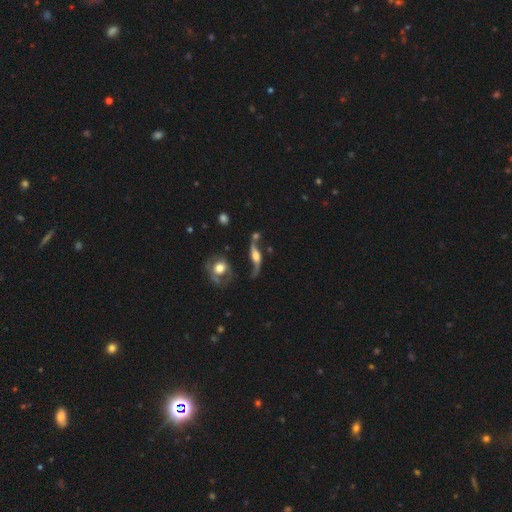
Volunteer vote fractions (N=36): A featured or disk galaxy (89%) with no bar (61%), 2 (96%) loose (100%) spiral arms (82%) and a moderate central bulge (29%). Merging: none (57%).